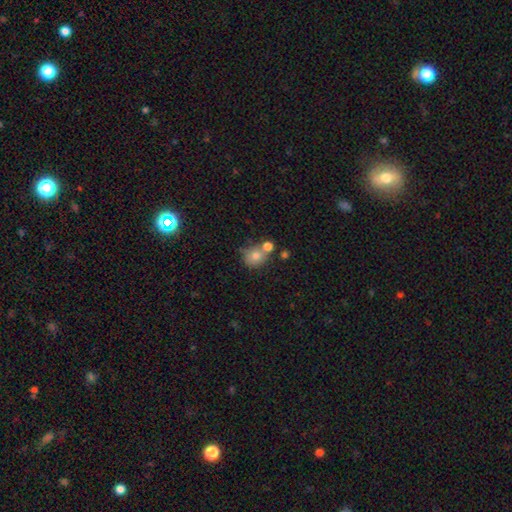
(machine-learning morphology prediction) type=smooth (76%); roundness=round (74%); merging=none (45%).